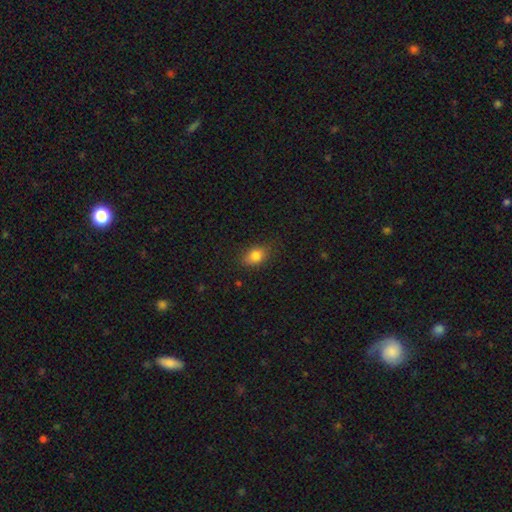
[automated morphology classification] The model was most divided on "how rounded": in between: 68%, round: 30%, cigar-shaped: 2%. More confident: smooth or featured — smooth (82%); merging — none (77%).